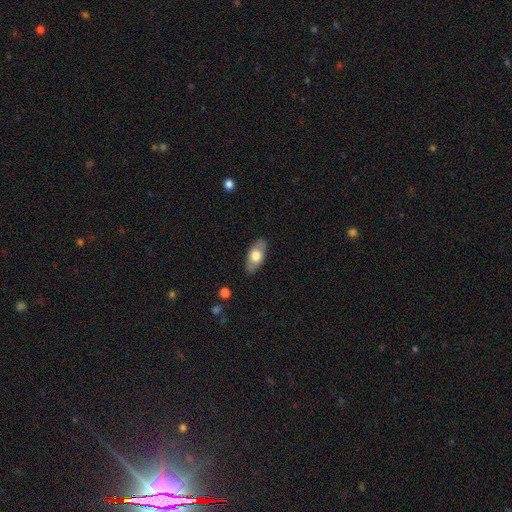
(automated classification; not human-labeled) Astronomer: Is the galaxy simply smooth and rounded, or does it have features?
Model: smooth — 65%.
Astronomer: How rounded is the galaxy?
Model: in between — 91%.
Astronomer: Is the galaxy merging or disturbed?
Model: none — 85%.